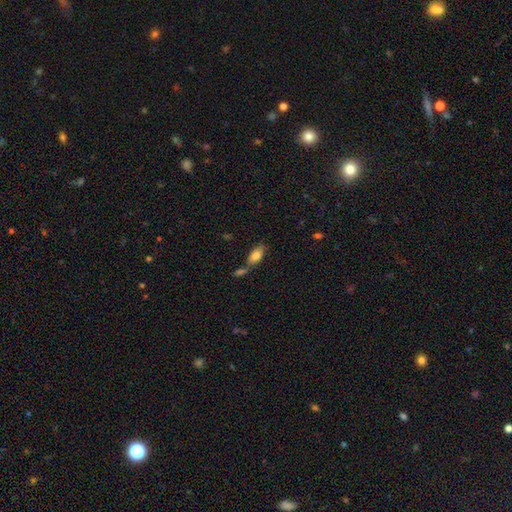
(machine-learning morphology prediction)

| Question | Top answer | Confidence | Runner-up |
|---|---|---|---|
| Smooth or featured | smooth | 80% | featured or disk (13%) |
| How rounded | in between | 85% | cigar-shaped (12%) |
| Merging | none | 53% | merger (30%) |